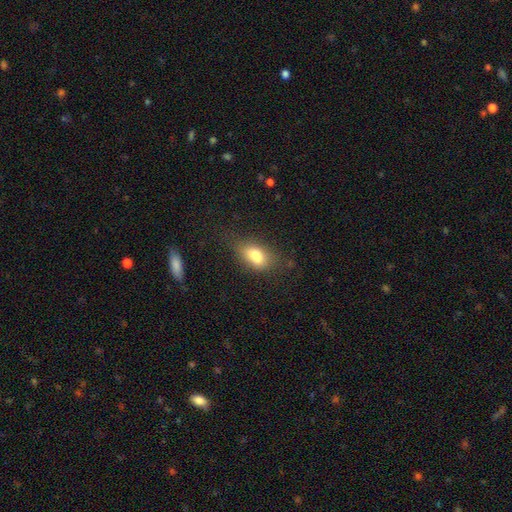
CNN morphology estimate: A smooth galaxy with no disk features (79%) that is in between round and cigar-shaped (86%).

Vote fractions:
- Smooth or featured? smooth: 79% / featured or disk: 12% / star or artifact: 9%
- How rounded? in between: 86% / round: 10% / cigar-shaped: 5%
- Merging? none: 54% / minor disturbance: 26% / major disturbance: 12% / merger: 7%